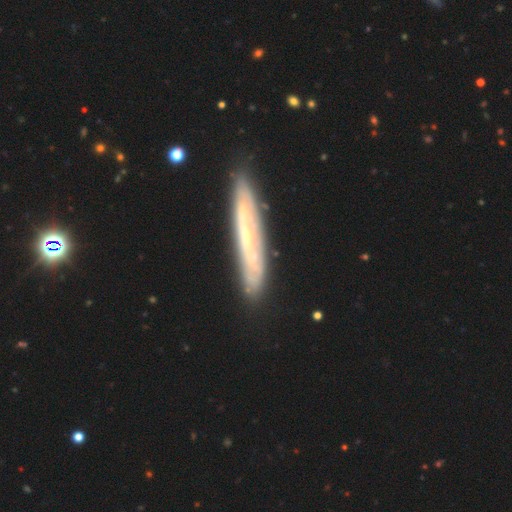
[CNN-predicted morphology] featured or disk 67%, smooth 26%, star or artifact 7%. Down the decision tree: edge-on disk — yes (52%); merging — none (80%).